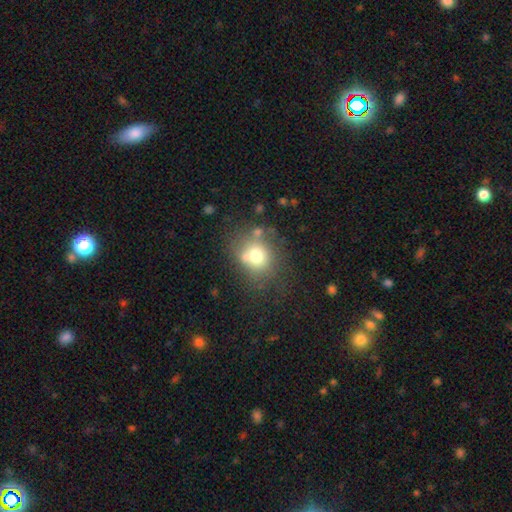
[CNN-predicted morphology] type=smooth (70%); roundness=round (69%); merging=none (60%).